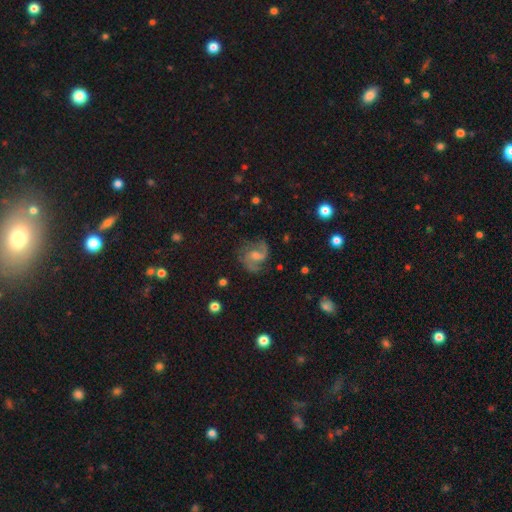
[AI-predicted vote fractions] A featured or disk galaxy (79%) with a weak bar (52%), 2 (84%) medium (57%) spiral arms (96%) and a moderate central bulge (43%).

Vote fractions:
- Smooth or featured? featured or disk: 79% / star or artifact: 11% / smooth: 10%
- Edge-on disk? no: 98% / yes: 2%
- Bar? weak: 52% / no: 36% / strong: 12%
- Spiral arms? yes: 96% / no: 4%
- Spiral winding? medium: 57% / loose: 25% / tight: 17%
- Spiral arm count? 2: 84% / can't tell: 5% / 3: 5% / 1: 3% / 4: 2% / more than 4: 2%
- Bulge size? moderate: 43% / small: 37% / none: 12% / large: 7% / dominant: 1%
- Merging? none: 75% / minor disturbance: 15% / major disturbance: 9% / merger: 2%